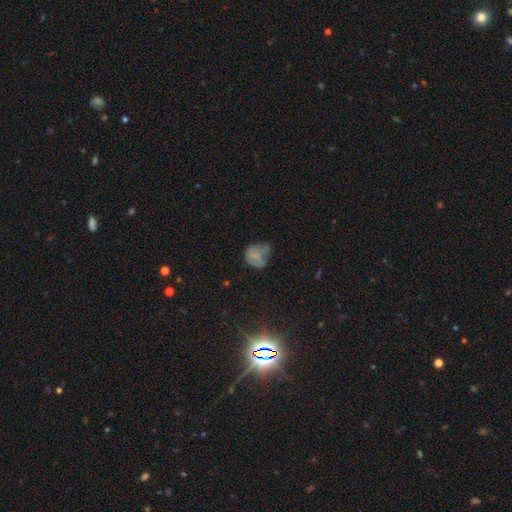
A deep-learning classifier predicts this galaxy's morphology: A smooth galaxy with no disk features (60%) that is round (58%).

Vote fractions:
- Smooth or featured? smooth: 60% / featured or disk: 27% / star or artifact: 14%
- How rounded? round: 58% / in between: 41% / cigar-shaped: 1%
- Merging? minor disturbance: 35% / none: 31% / major disturbance: 27% / merger: 7%